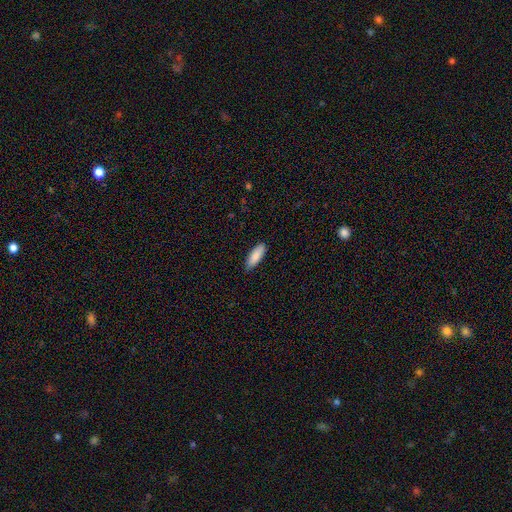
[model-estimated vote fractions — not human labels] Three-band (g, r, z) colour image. It shows a smooth galaxy with no disk features (88%) that is in between round and cigar-shaped (63%). Merging: none (85%).